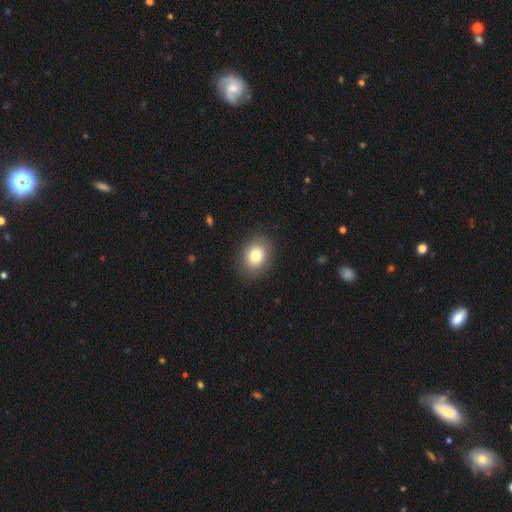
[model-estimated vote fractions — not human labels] smooth 80%, featured or disk 12%, star or artifact 9%. Down the decision tree: how rounded — in between (58%); merging — none (85%).